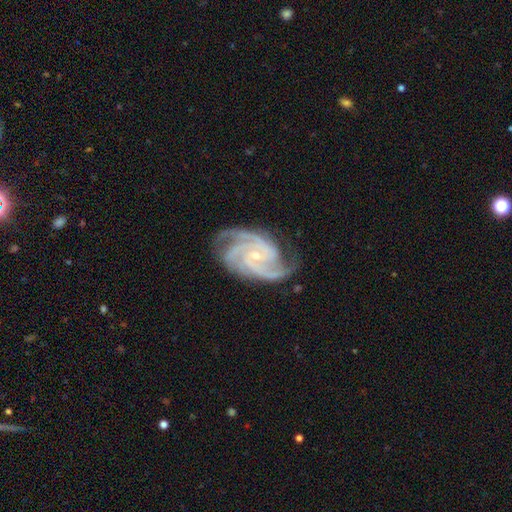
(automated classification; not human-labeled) Smooth or featured? featured or disk (93%)
Edge-on disk? no (98%)
Bar? no (62%)
Spiral arms? yes (99%)
Spiral winding? tight (53%)
Spiral arm count? 3 (52%)
Bulge size? small (81%)
Merging? none (75%)